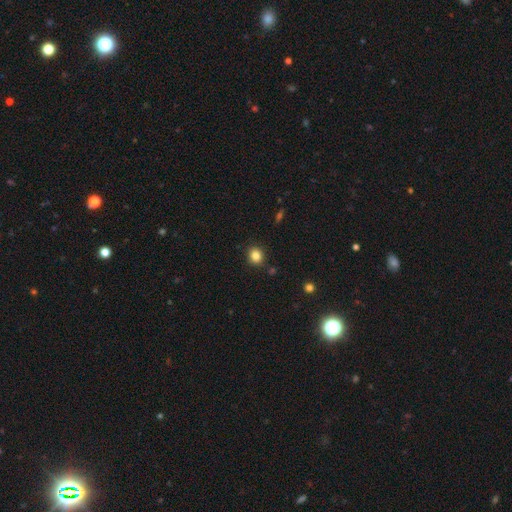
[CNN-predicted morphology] smooth 84%, star or artifact 12%, featured or disk 5%. Down the decision tree: how rounded — round (80%); merging — none (89%).